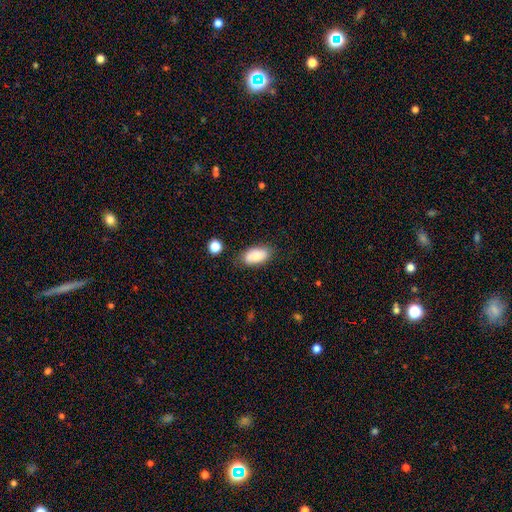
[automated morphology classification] Smooth or featured?
  - smooth: 83% *
  - featured or disk: 10%
  - star or artifact: 7%
How rounded?
  - in between: 93% *
  - cigar-shaped: 4%
  - round: 3%
Merging?
  - none: 79% *
  - minor disturbance: 15%
  - major disturbance: 3%
  - merger: 2%